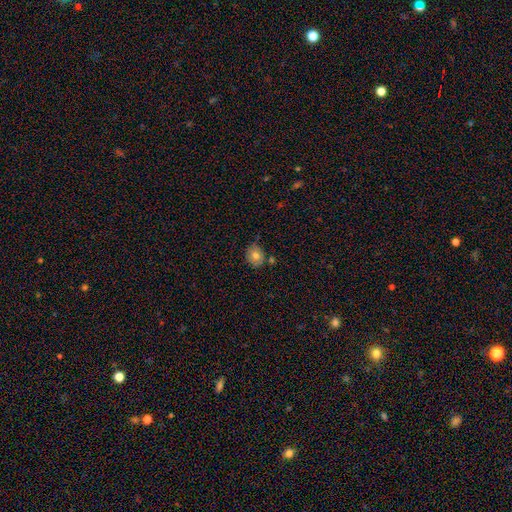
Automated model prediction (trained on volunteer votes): Overall: smooth (75%). How rounded: round (78%). Merging: none (72%).